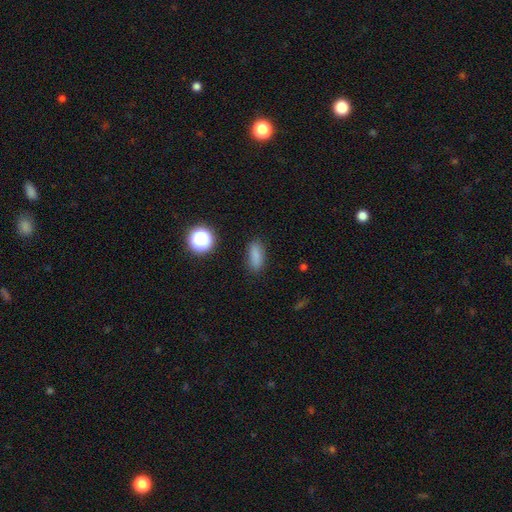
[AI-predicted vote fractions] Morphology: type=smooth (82%); roundness=in between (74%); merging=none (85%).